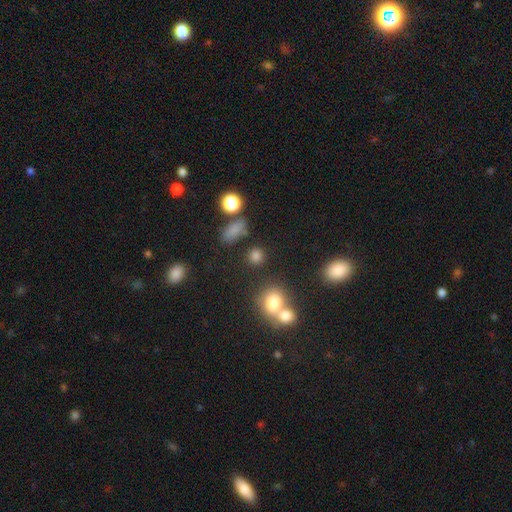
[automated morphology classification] Q: Smooth or featured?
A: smooth (77%); runner-up: star or artifact (16%)
Q: How rounded?
A: round (80%); runner-up: in between (18%)
Q: Merging?
A: none (71%); runner-up: merger (15%)